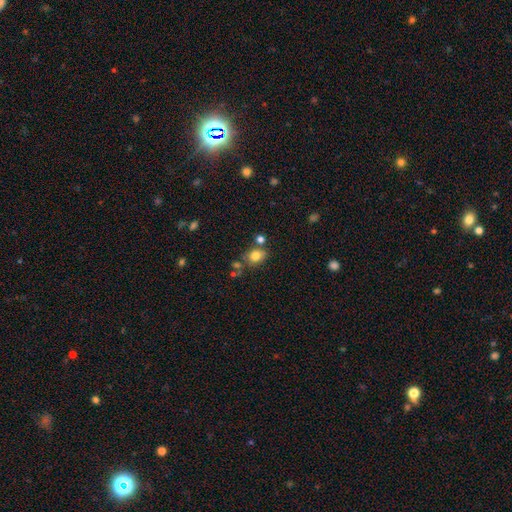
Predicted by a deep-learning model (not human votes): Smooth or featured? Predicted: smooth (p=0.78). How rounded? Predicted: in between (p=0.51). Merging? Predicted: none (p=0.65).